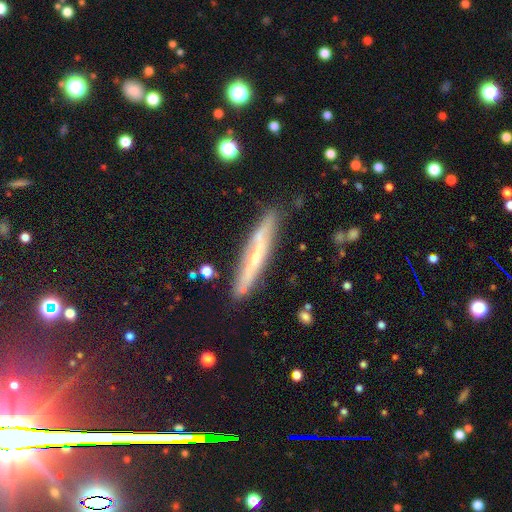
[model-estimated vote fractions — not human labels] Smooth or featured: featured or disk — 59% (smooth — 32%)
Edge-on disk: yes — 85% (no — 15%)
Edge-on bulge: none — 54% (rounded — 37%)
Merging: none — 83% (minor disturbance — 13%)